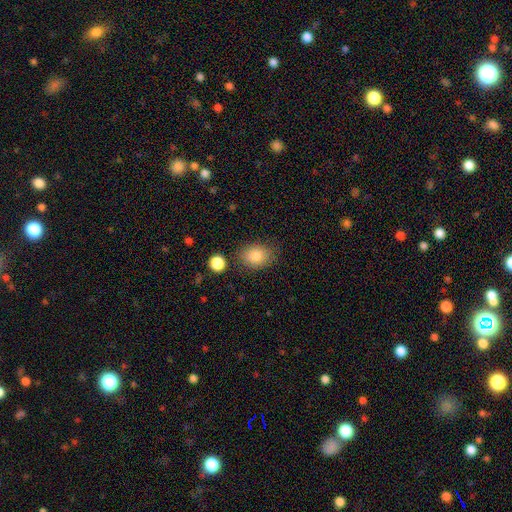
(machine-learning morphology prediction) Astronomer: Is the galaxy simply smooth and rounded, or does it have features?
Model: smooth — 84%.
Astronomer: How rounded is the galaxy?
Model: in between — 64%.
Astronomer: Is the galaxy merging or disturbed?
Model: none — 76%.